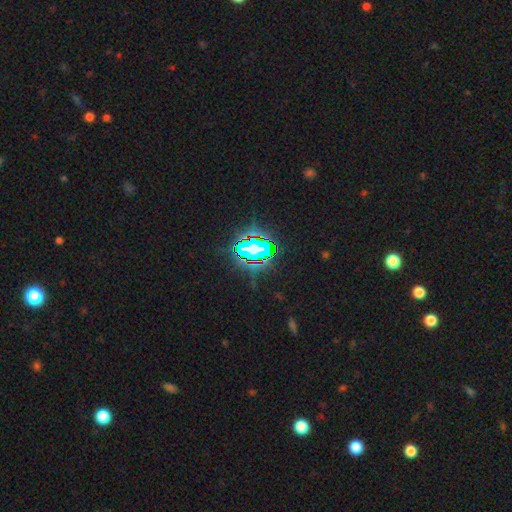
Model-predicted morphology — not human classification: Smooth or featured? Predicted: star or artifact (p=0.81).